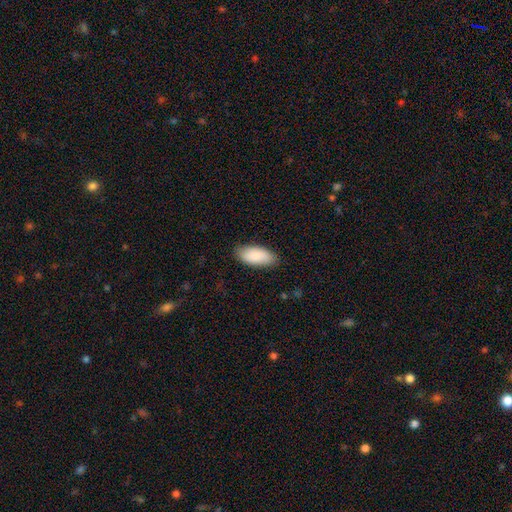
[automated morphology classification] A smooth galaxy with no disk features (87%) that is in between round and cigar-shaped (90%).

Vote fractions:
- Smooth or featured? smooth: 87% / featured or disk: 8% / star or artifact: 6%
- How rounded? in between: 90% / cigar-shaped: 8% / round: 2%
- Merging? none: 84% / minor disturbance: 13% / major disturbance: 2% / merger: 1%